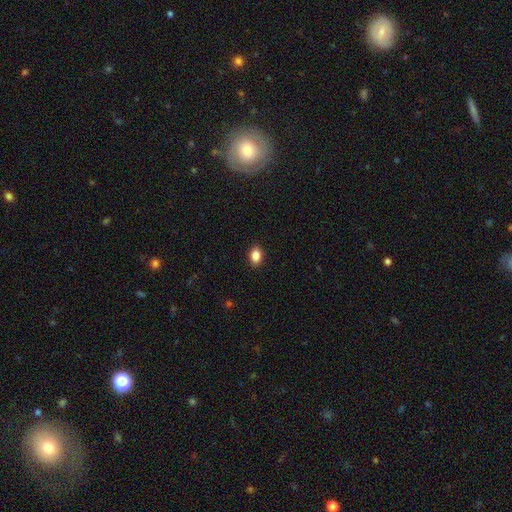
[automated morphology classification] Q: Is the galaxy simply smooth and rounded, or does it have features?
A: smooth — 87%.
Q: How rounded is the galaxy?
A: in between — 83%.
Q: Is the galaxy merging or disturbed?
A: none — 90%.